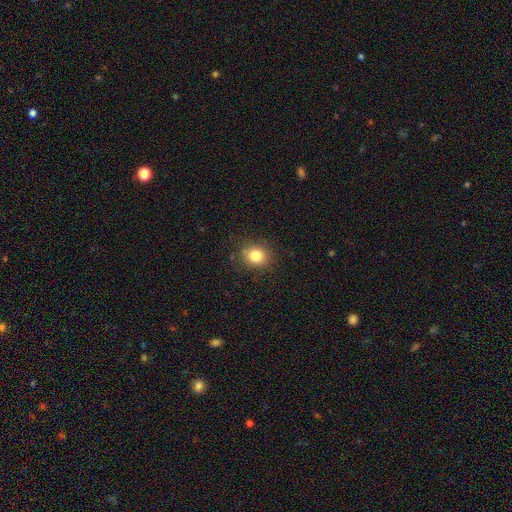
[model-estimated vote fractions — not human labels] Morphology: type=smooth (82%); roundness=round (70%); merging=none (86%).